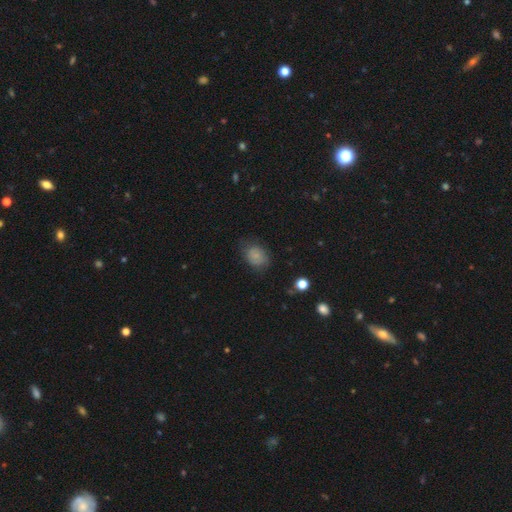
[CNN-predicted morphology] Smooth or featured? smooth (77%)
How rounded? in between (58%)
Merging? none (66%)